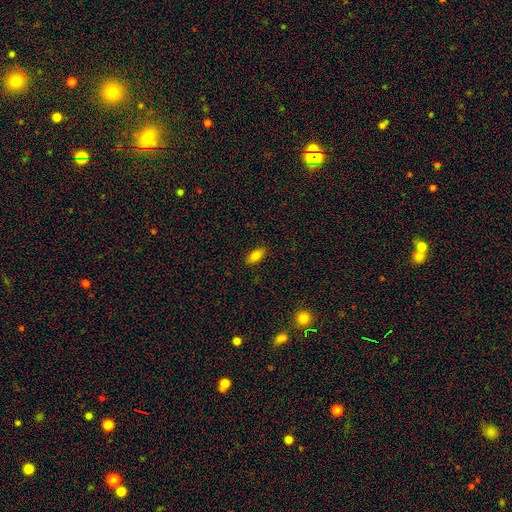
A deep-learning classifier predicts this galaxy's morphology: Smooth or featured? Predicted: smooth (p=0.79). How rounded? Predicted: in between (p=0.85). Merging? Predicted: none (p=0.87).